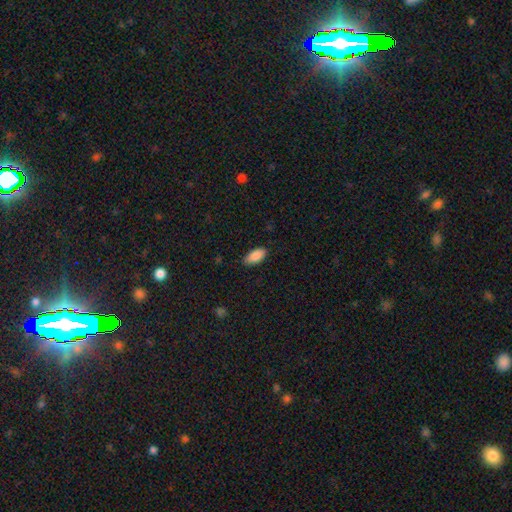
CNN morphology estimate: Smooth or featured?
  - smooth: 88% *
  - star or artifact: 7%
  - featured or disk: 5%
How rounded?
  - in between: 91% *
  - cigar-shaped: 7%
  - round: 2%
Merging?
  - none: 84% *
  - minor disturbance: 12%
  - major disturbance: 2%
  - merger: 1%